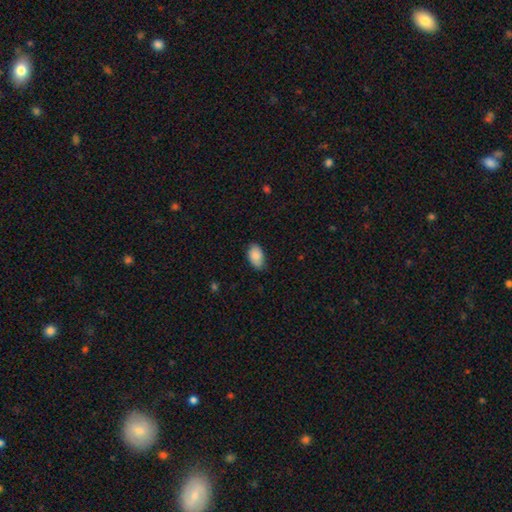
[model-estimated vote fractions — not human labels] smooth_or_featured: smooth (p=0.88) [alt: star or artifact p=0.06]
how_rounded: in between (p=0.93) [alt: round p=0.06]
merging: none (p=0.79) [alt: minor disturbance p=0.17]